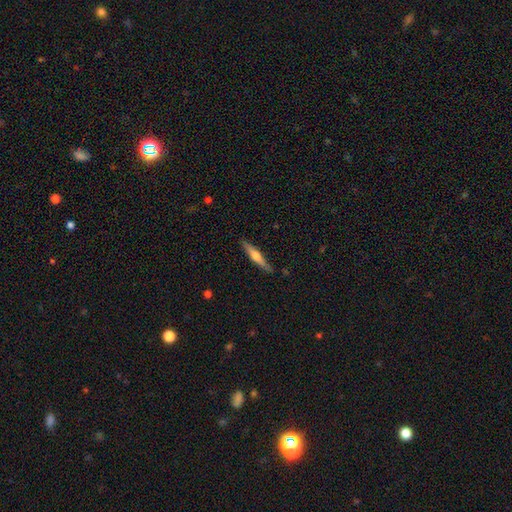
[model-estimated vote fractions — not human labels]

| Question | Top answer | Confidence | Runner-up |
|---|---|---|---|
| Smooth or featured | featured or disk | 51% | smooth (43%) |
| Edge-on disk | yes | 96% | no (4%) |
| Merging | none | 86% | minor disturbance (10%) |